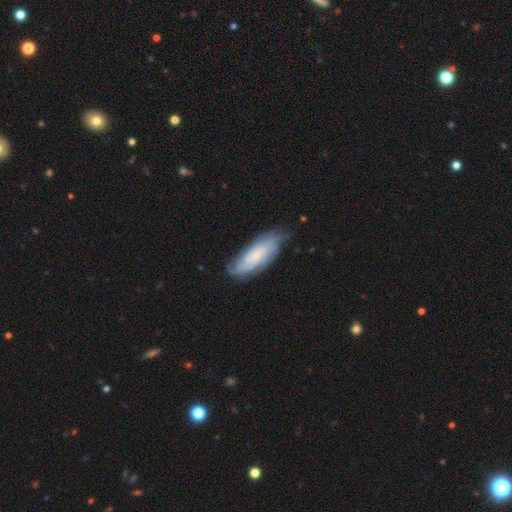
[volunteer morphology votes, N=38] Smooth or featured? featured or disk (76%)
Edge-on disk? no (83%)
Bar? no (62%)
Spiral arms? yes (96%)
Spiral winding? tight (39%, tied with medium)
Spiral arm count? 2 (39%, tied with can't tell)
Bulge size? small (71%)
Merging? none (69%)